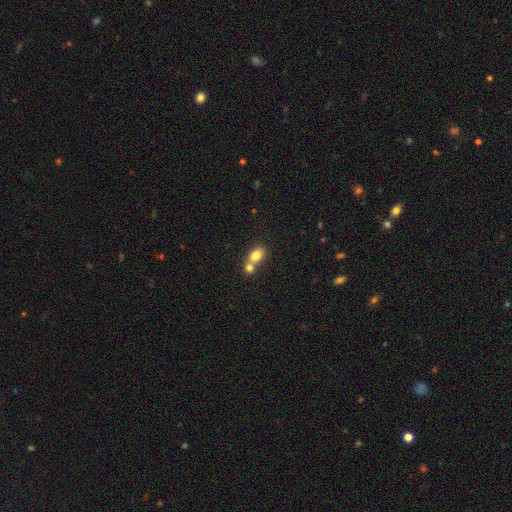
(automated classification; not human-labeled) smooth-or-featured: smooth: 79% | featured or disk: 12% | star or artifact: 9%
  how-rounded: in between: 65% | round: 34% | cigar-shaped: 2%
  merging: merger: 58% | none: 32% | minor disturbance: 7% | major disturbance: 3%